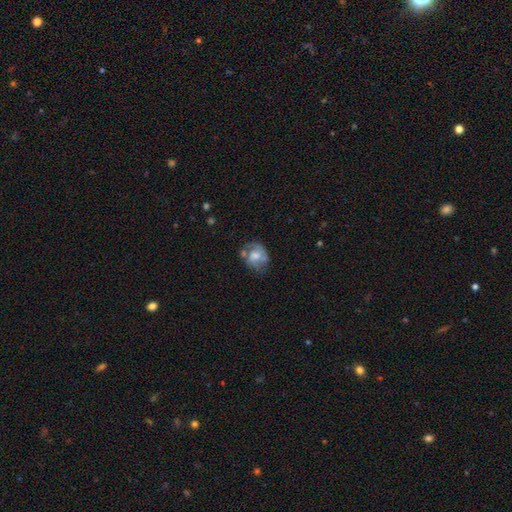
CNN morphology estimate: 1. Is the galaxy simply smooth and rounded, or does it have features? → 59% featured or disk, 33% smooth, 8% star or artifact.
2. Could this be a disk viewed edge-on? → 97% no, 3% yes.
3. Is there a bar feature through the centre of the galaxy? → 67% no, 28% weak, 5% strong.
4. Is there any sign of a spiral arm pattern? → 74% yes, 26% no.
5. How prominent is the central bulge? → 48% moderate, 22% large, 18% small, 10% none, 2% dominant.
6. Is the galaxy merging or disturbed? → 49% none, 26% minor disturbance, 16% major disturbance, 9% merger.